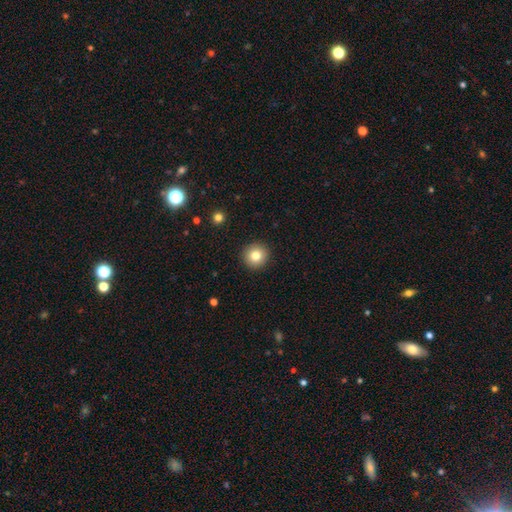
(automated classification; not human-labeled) Smooth or featured? smooth (81%)
How rounded? round (95%)
Merging? none (92%)